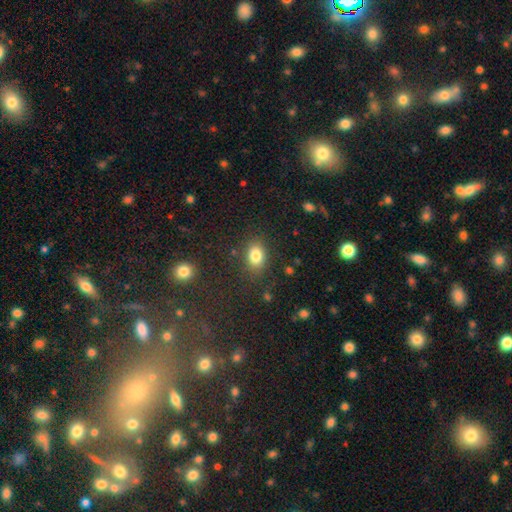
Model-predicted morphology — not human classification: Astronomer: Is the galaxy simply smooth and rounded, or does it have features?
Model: smooth — 82%.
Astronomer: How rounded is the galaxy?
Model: in between — 72%.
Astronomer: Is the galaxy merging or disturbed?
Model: none — 81%.